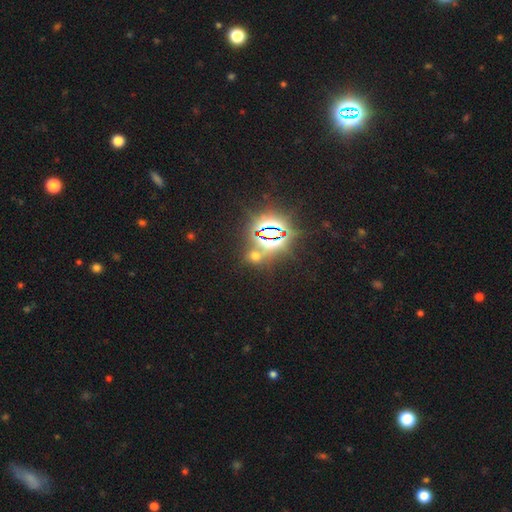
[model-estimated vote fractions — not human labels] Smooth or featured? Predicted: star or artifact (p=0.64).